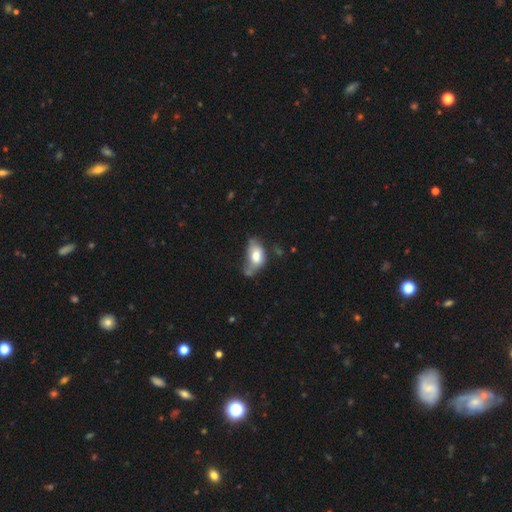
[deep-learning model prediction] This appears to be a smooth galaxy with no disk features (68%) that is in between round and cigar-shaped (89%). Merging: minor disturbance (34%).